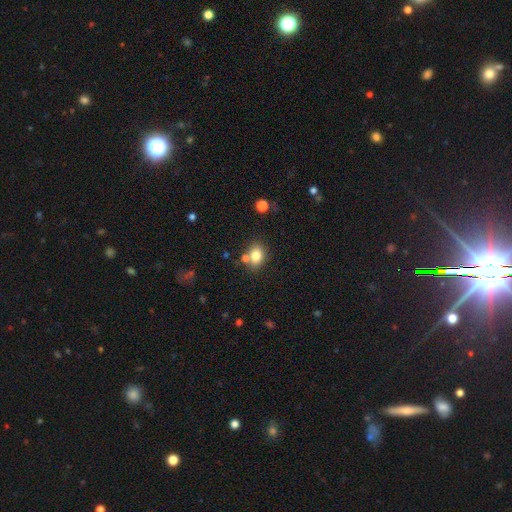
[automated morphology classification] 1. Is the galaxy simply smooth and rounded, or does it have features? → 80% smooth, 11% star or artifact, 9% featured or disk.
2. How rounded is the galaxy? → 54% in between, 45% round, 1% cigar-shaped.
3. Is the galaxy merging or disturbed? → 65% none, 18% merger, 13% minor disturbance, 4% major disturbance.